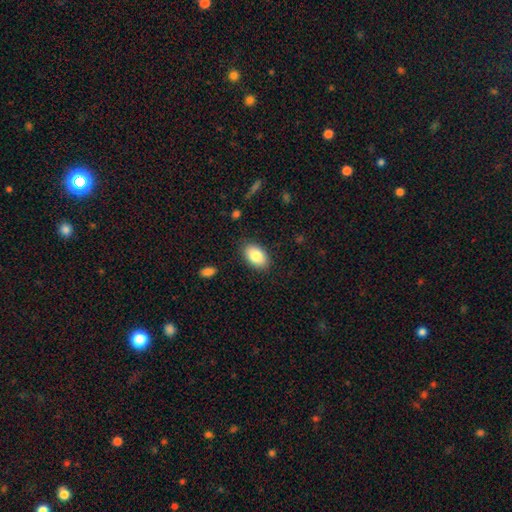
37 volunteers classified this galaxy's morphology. Q: Smooth or featured?
A: smooth (86%); runner-up: featured or disk (11%)
Q: How rounded?
A: in between (91%); runner-up: round (9%)
Q: Merging?
A: none (97%); runner-up: minor disturbance (3%)